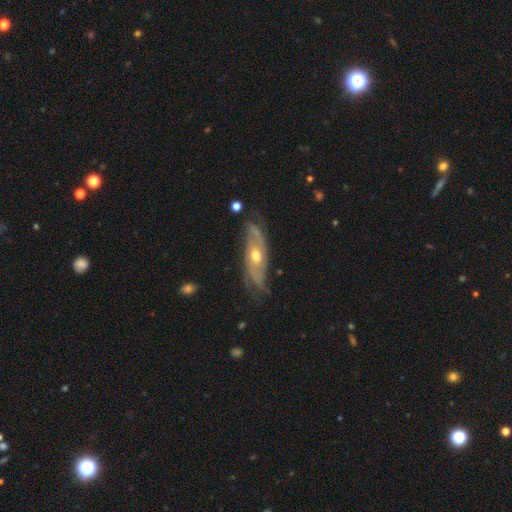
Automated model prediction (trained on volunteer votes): Smooth or featured? Predicted: featured or disk (p=0.80). Edge-on disk? Predicted: no (p=0.80). Bar? Predicted: no (p=0.72). Spiral arms? Predicted: yes (p=0.88). Spiral winding? Predicted: tight (p=0.47). Spiral arm count? Predicted: 2 (p=0.41). Bulge size? Predicted: moderate (p=0.69). Merging? Predicted: none (p=0.67).